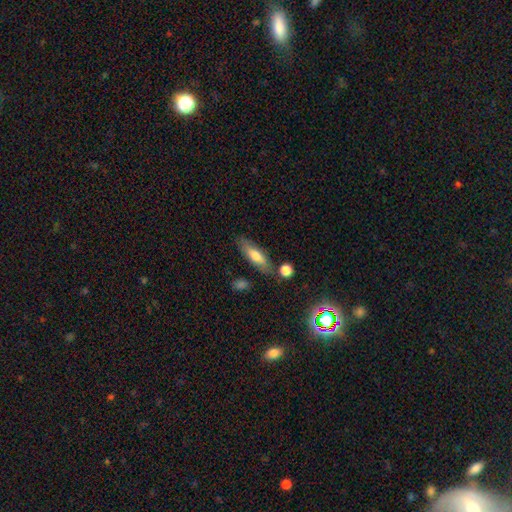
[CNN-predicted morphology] Smooth or featured: smooth — 66% (featured or disk — 27%)
How rounded: cigar-shaped — 53% (in between — 45%)
Merging: none — 77% (minor disturbance — 14%)